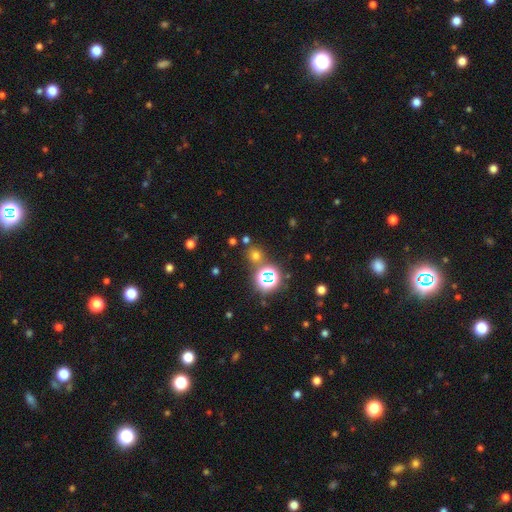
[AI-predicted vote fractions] Smooth or featured: smooth — 55% (star or artifact — 38%)
How rounded: round — 88% (in between — 11%)
Merging: none — 78% (merger — 10%)